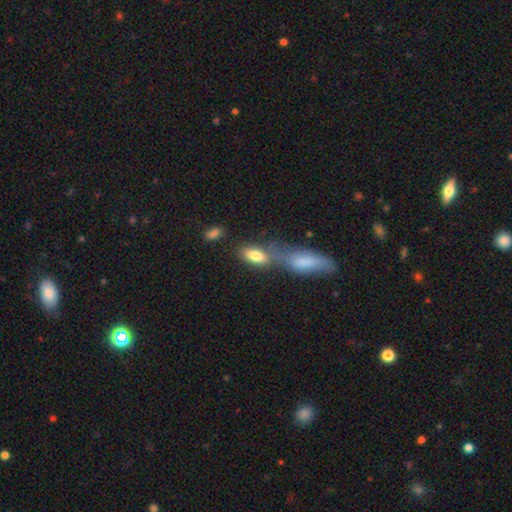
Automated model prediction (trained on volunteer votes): A smooth galaxy with no disk features (80%) that is in between round and cigar-shaped (85%). Merging: merger (42%).